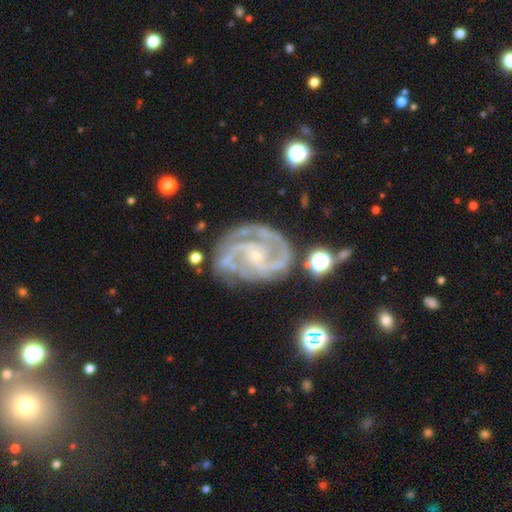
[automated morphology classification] featured or disk 91%, star or artifact 6%, smooth 4%. Down the decision tree: edge-on disk — no (98%); bar — no (58%); spiral arms — yes (98%); spiral arm count — 2 (53%); spiral winding — medium (47%); bulge size — small (84%); merging — none (67%).